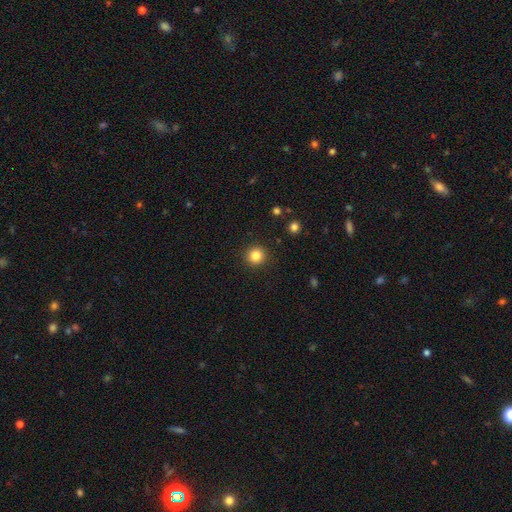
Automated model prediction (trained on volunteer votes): This is clearly a smooth galaxy (84%). How rounded: clearly round (95%). Merging: clearly none (92%).